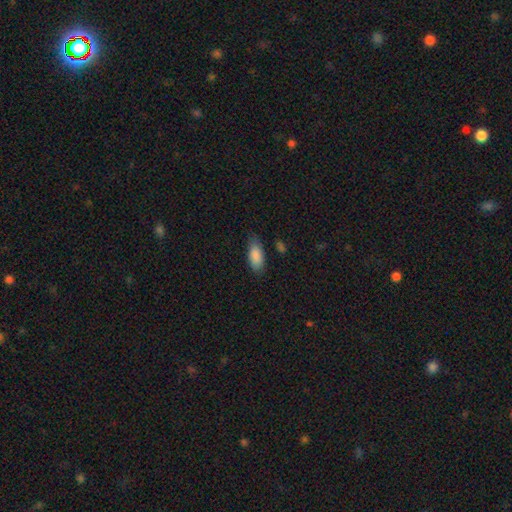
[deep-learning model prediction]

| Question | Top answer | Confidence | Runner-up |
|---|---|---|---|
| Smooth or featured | smooth | 88% | star or artifact (7%) |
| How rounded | in between | 87% | cigar-shaped (11%) |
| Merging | none | 74% | minor disturbance (20%) |